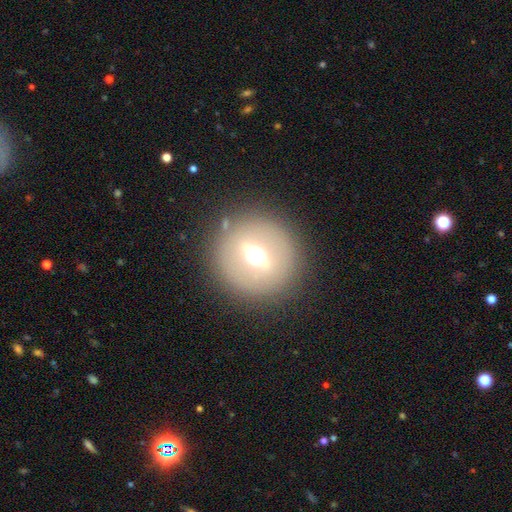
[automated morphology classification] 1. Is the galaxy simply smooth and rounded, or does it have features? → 44% smooth, 40% featured or disk, 16% star or artifact.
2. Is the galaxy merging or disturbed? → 85% none, 8% minor disturbance, 5% major disturbance, 2% merger.